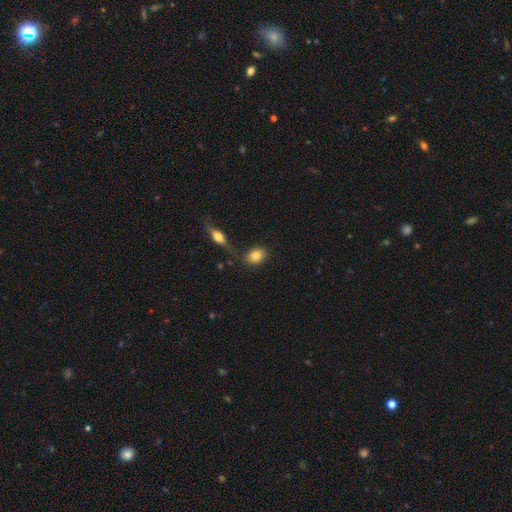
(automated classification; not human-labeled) smooth_or_featured: smooth (p=0.82) [alt: featured or disk p=0.10]
how_rounded: in between (p=0.60) [alt: round p=0.37]
merging: none (p=0.75) [alt: minor disturbance p=0.11]